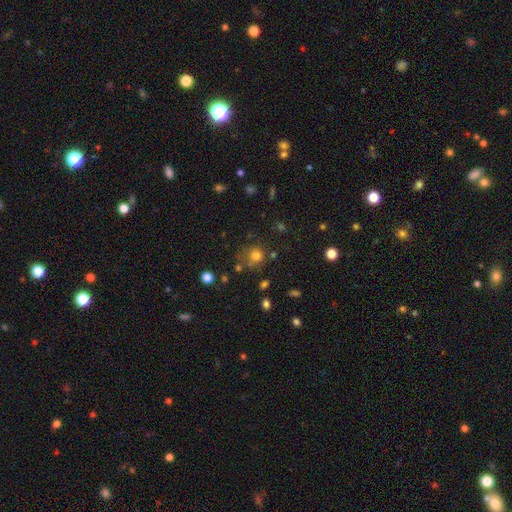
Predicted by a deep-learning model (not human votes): Overall: smooth (75%). How rounded: round (87%). Merging: none (66%).